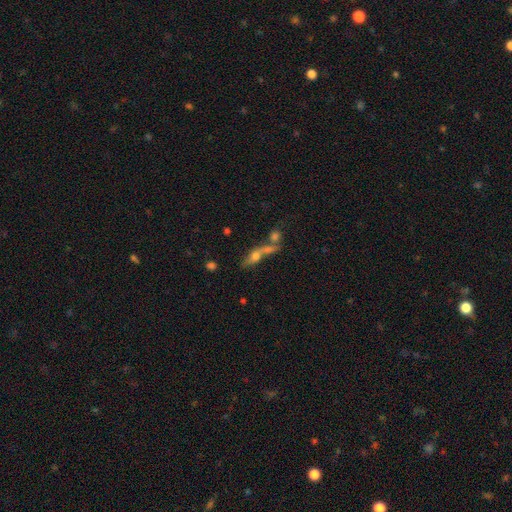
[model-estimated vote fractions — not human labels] Morphology: type=smooth (49%); merging=merger (42%).